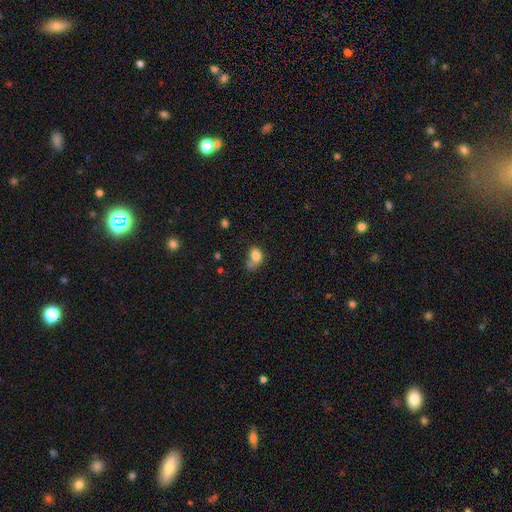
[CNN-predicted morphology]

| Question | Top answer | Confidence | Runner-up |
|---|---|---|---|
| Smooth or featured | smooth | 78% | featured or disk (11%) |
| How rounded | in between | 66% | round (33%) |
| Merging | none | 31% | minor disturbance (27%) |